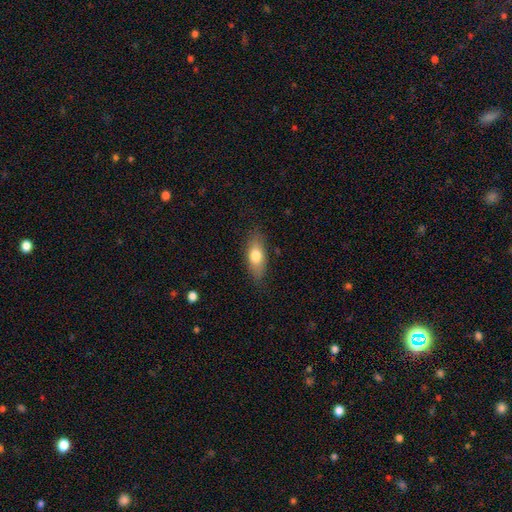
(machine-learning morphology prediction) Overall: smooth (73%). How rounded: in between (75%). Merging: none (81%).